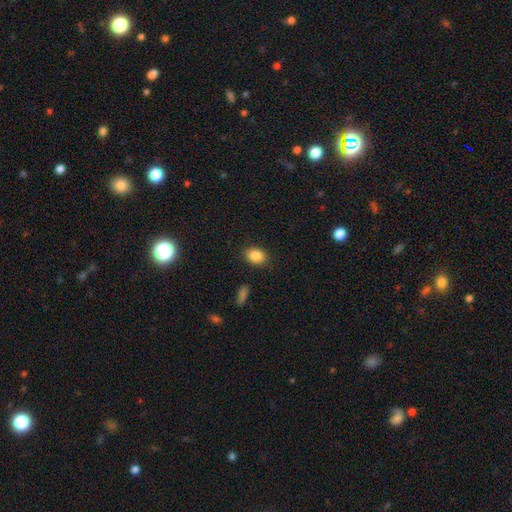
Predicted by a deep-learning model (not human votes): smooth_or_featured: smooth (p=0.86) [alt: star or artifact p=0.08]
how_rounded: in between (p=0.75) [alt: round p=0.23]
merging: none (p=0.86) [alt: minor disturbance p=0.10]